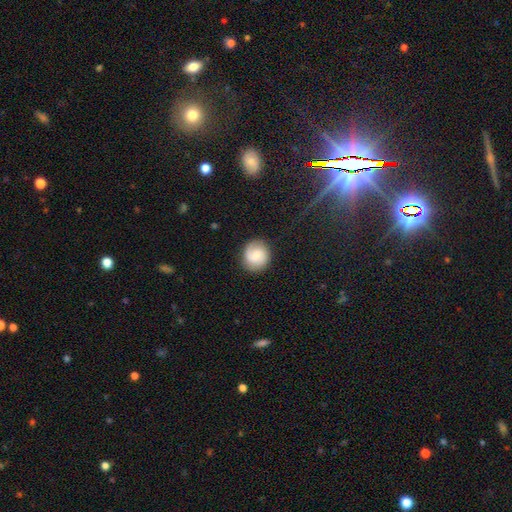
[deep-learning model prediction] The model was most divided on "smooth or featured": smooth: 56%, featured or disk: 36%, star or artifact: 8%. More confident: how rounded — round (85%); merging — none (83%).